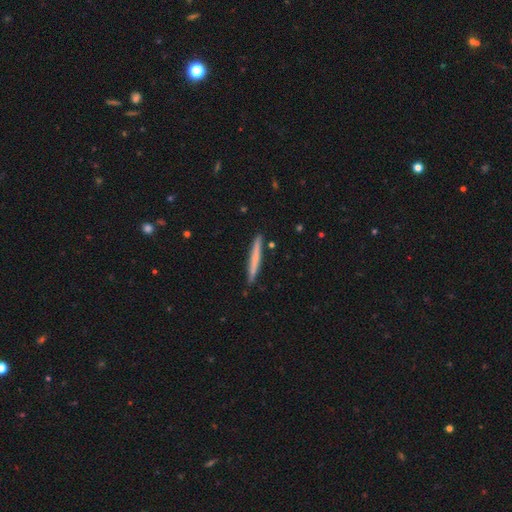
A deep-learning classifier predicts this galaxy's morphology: Smooth or featured: smooth — 61% (featured or disk — 33%)
How rounded: cigar-shaped — 97% (in between — 2%)
Merging: none — 89% (minor disturbance — 8%)